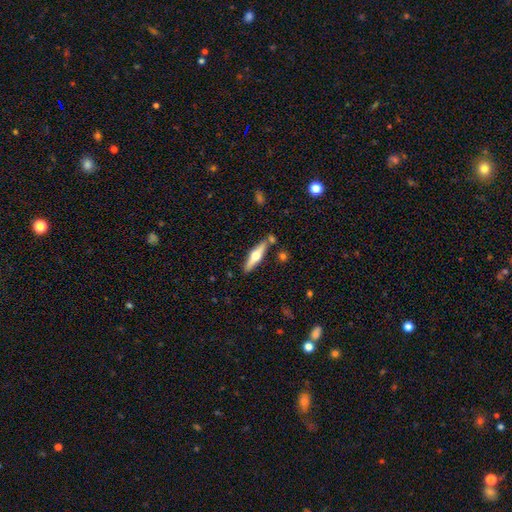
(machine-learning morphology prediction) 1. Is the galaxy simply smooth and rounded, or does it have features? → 60% featured or disk, 35% smooth, 5% star or artifact.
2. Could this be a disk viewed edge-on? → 95% yes, 5% no.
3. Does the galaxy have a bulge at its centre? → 94% rounded, 3% boxy, 3% none.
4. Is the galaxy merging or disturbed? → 82% none, 10% minor disturbance, 6% merger, 2% major disturbance.